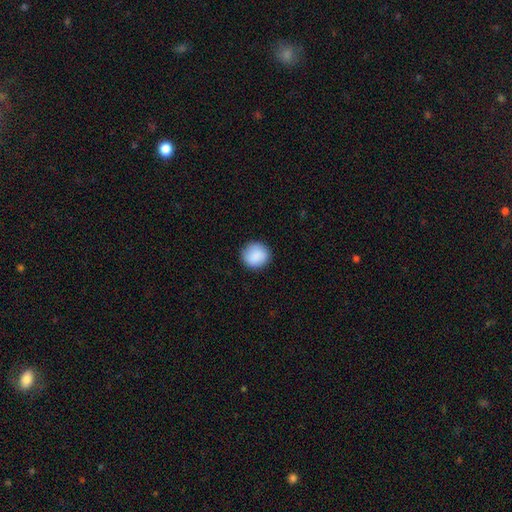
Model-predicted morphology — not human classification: Smooth or featured? smooth (89%)
How rounded? round (90%)
Merging? none (89%)